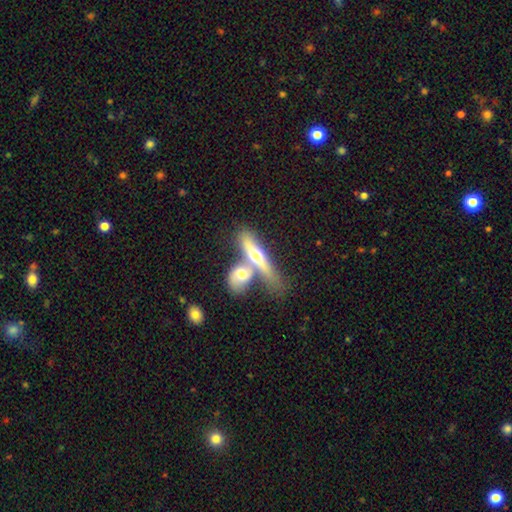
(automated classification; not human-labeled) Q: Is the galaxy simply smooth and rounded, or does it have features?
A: featured or disk — 48%.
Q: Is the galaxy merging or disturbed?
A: merger — 61%.